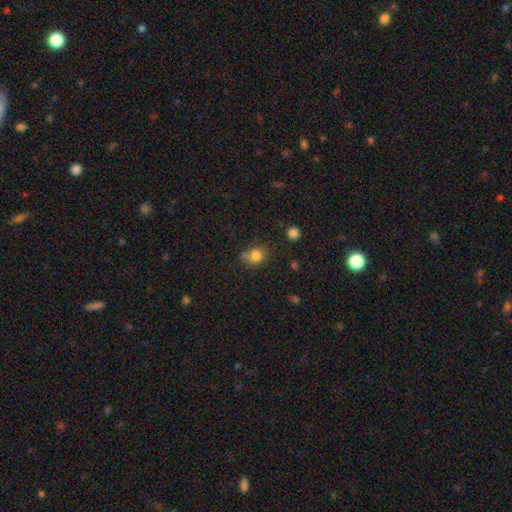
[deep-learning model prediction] The model was most divided on "merging": none: 57%, minor disturbance: 20%, merger: 16%, major disturbance: 7%. More confident: smooth or featured — smooth (81%); how rounded — round (73%).